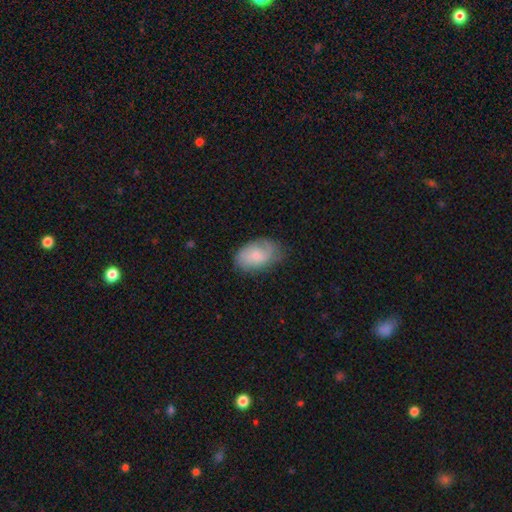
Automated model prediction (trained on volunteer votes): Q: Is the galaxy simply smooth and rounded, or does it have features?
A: smooth — 59%.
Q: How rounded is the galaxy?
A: in between — 90%.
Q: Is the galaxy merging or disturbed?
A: none — 68%.